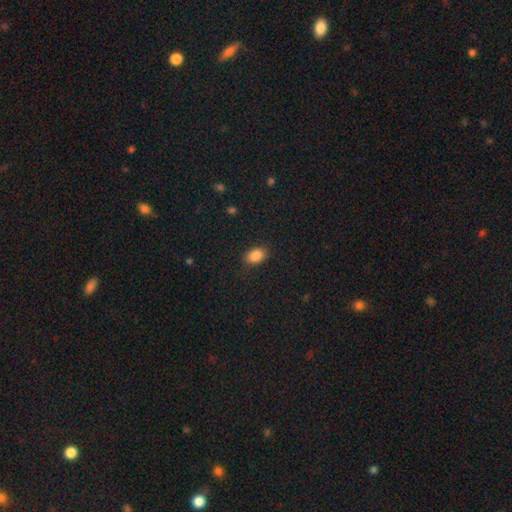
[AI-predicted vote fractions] The model was most divided on "how rounded": in between: 83%, round: 15%, cigar-shaped: 1%. More confident: smooth or featured — smooth (87%); merging — none (86%).